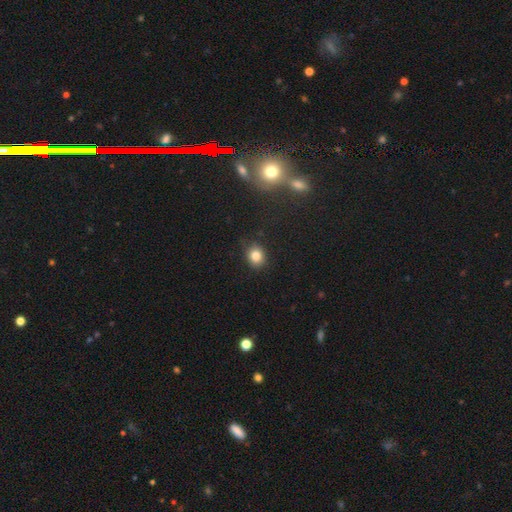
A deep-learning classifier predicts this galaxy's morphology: A smooth galaxy with no disk features (81%) that is round (66%). Merging: none (80%).